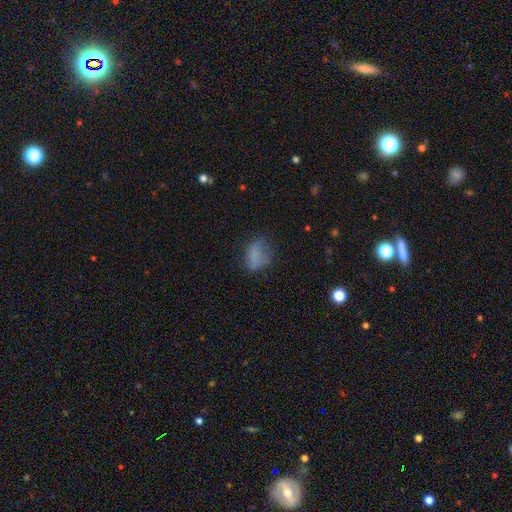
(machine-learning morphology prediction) Smooth or featured? smooth (72%)
How rounded? in between (82%)
Merging? none (47%)